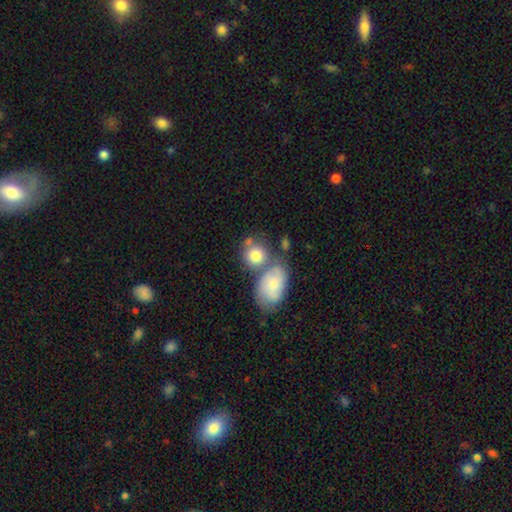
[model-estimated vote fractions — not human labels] Morphology: type=smooth (75%); roundness=round (68%); merging=none (41%, tied with merger).